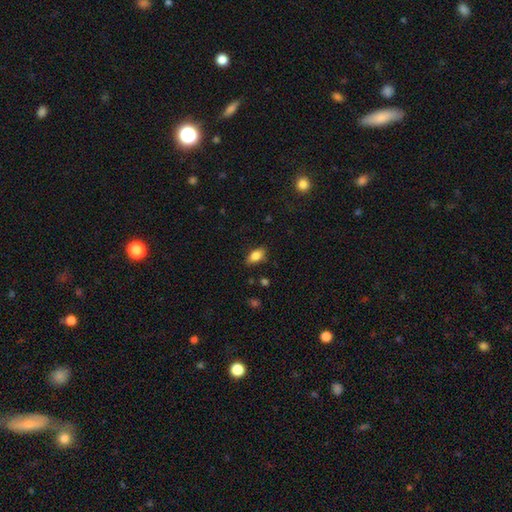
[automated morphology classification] Smooth or featured: smooth — 82% (featured or disk — 10%)
How rounded: in between — 89% (round — 6%)
Merging: none — 82% (minor disturbance — 14%)